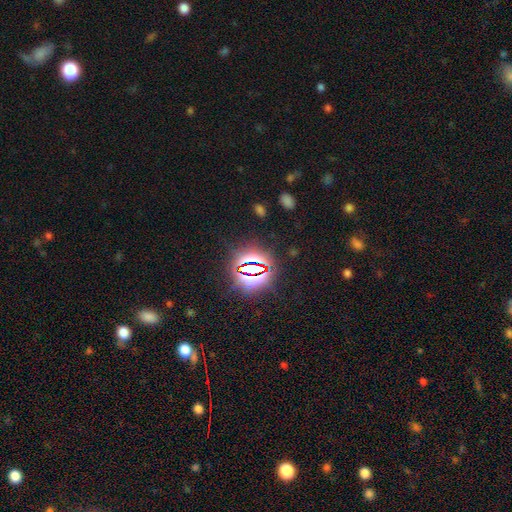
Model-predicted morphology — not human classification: Smooth or featured? Predicted: star or artifact (p=0.77).